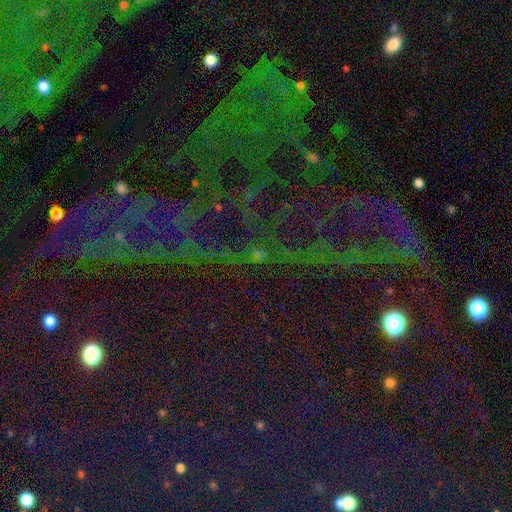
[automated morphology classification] Smooth or featured: star or artifact — 79% (smooth — 11%)